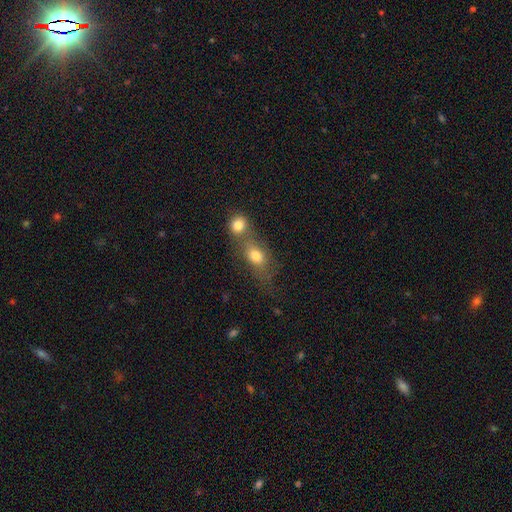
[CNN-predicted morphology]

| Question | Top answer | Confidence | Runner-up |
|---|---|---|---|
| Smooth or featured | smooth | 77% | featured or disk (13%) |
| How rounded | in between | 58% | round (38%) |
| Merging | merger | 55% | none (30%) |